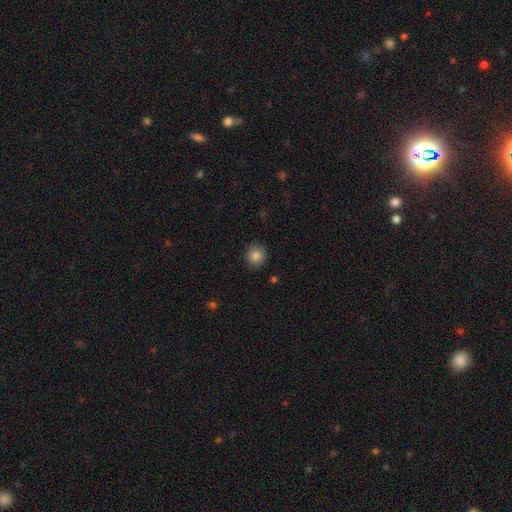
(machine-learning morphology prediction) This is clearly a smooth galaxy (84%). How rounded: clearly round (87%). Merging: clearly none (89%).